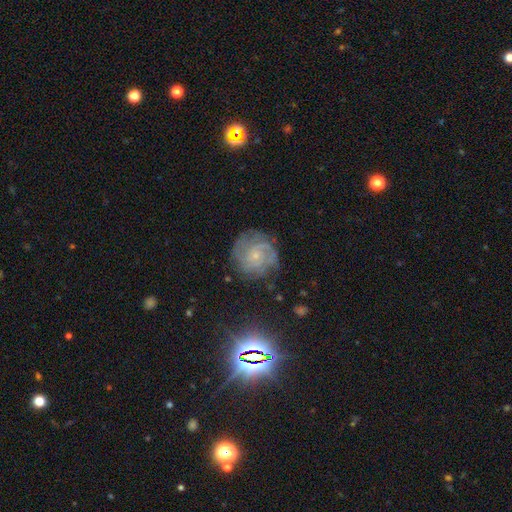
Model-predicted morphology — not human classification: Overall: featured or disk (77%). Edge-on disk: no (98%). Bar: no (76%). Spiral arms: yes (93%). Spiral arm count: can't tell (33%; 3 23%). Spiral winding: tight (64%; medium 29%). Bulge size: small (80%). Merging: none (72%).